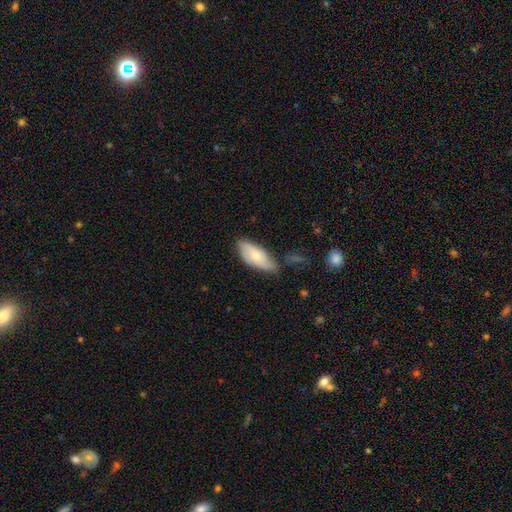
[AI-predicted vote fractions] The model was most divided on "merging": none: 51%, minor disturbance: 35%, major disturbance: 8%, merger: 6%. More confident: how rounded — in between (85%); smooth or featured — smooth (61%).